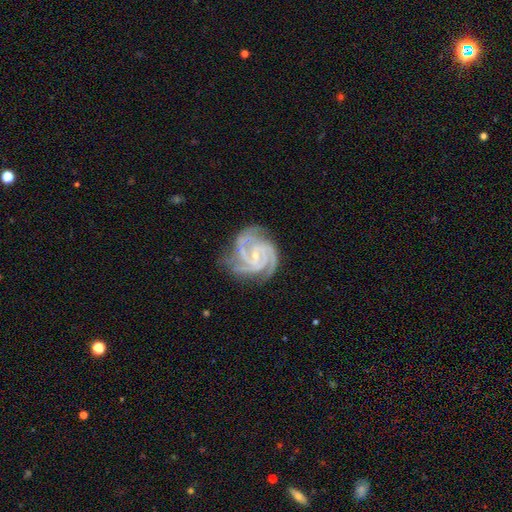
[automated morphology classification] smooth-or-featured: featured or disk: 93% | star or artifact: 4% | smooth: 3%
  disk-edge-on: no: 98% | yes: 2%
    bar: no: 42% | weak: 39% | strong: 19%
    has-spiral-arms: yes: 99% | no: 1%
      spiral-winding: tight: 65% | medium: 32% | loose: 3%
      spiral-arm-count: 3: 58% | 4: 15% | 2: 13% | can't tell: 5% | more than 4: 4% | 1: 4%
    bulge-size: small: 77% | moderate: 19% | none: 2% | large: 1% | dominant: 1%
  merging: none: 72% | minor disturbance: 20% | major disturbance: 6% | merger: 2%